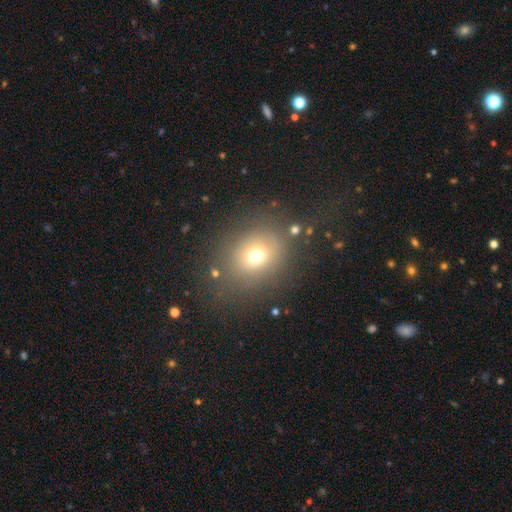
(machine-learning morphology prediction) Q: Smooth or featured?
A: smooth (68%); runner-up: star or artifact (18%)
Q: How rounded?
A: round (66%); runner-up: in between (33%)
Q: Merging?
A: none (76%); runner-up: minor disturbance (13%)